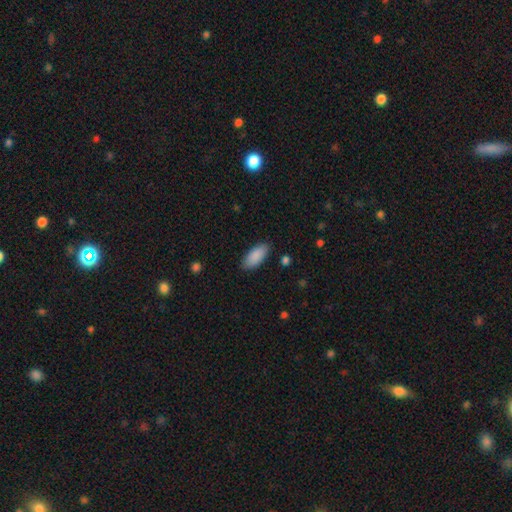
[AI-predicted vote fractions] Overall: smooth (90%). How rounded: in between (88%). Merging: none (87%).